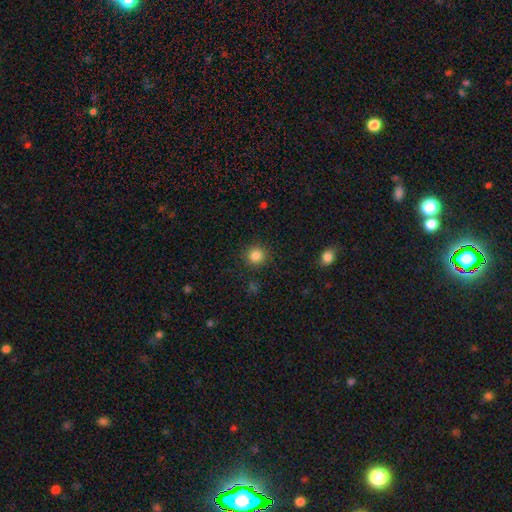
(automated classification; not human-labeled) The model was most divided on "smooth or featured": smooth: 85%, star or artifact: 11%, featured or disk: 4%. More confident: how rounded — round (93%); merging — none (89%).